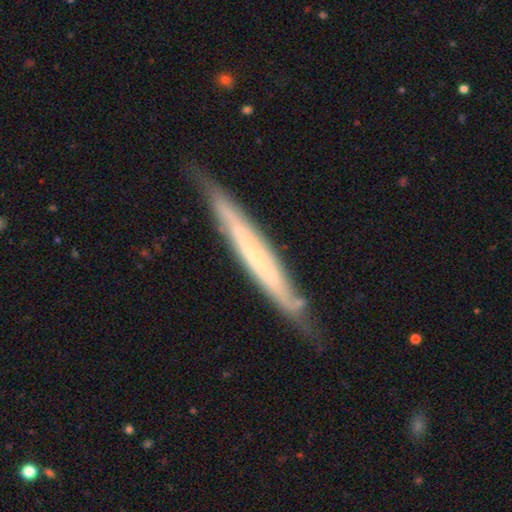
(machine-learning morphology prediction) This appears to be a featured or disk galaxy (65%) viewed edge-on (84%) with no central bulge (74%). Merging: none (78%).